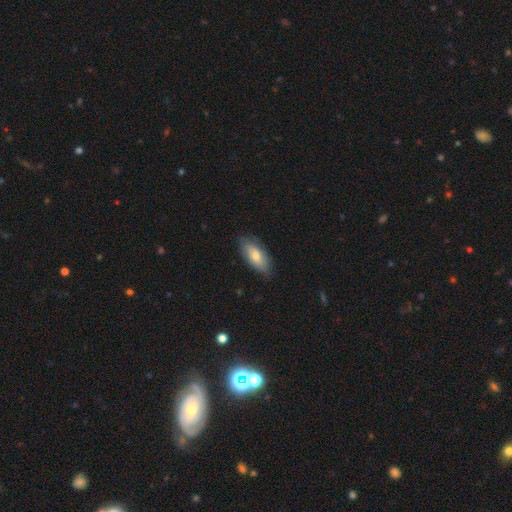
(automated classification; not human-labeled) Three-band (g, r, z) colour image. It shows a smooth galaxy with no disk features (68%) that is in between round and cigar-shaped (87%). Merging: none (76%).